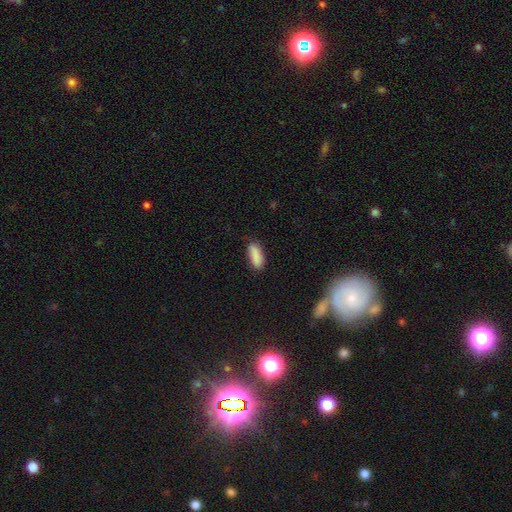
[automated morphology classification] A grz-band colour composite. It shows a smooth galaxy with no disk features (89%) that is in between round and cigar-shaped (74%). Merging: none (80%).